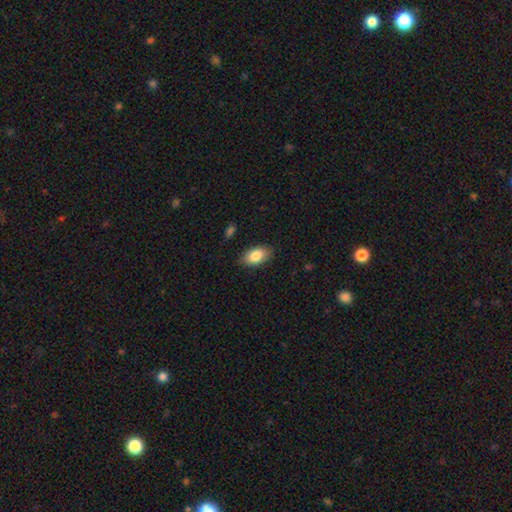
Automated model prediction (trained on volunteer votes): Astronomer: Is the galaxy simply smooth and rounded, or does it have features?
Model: smooth — 85%.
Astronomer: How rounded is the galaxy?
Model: in between — 93%.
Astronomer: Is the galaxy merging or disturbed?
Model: none — 85%.